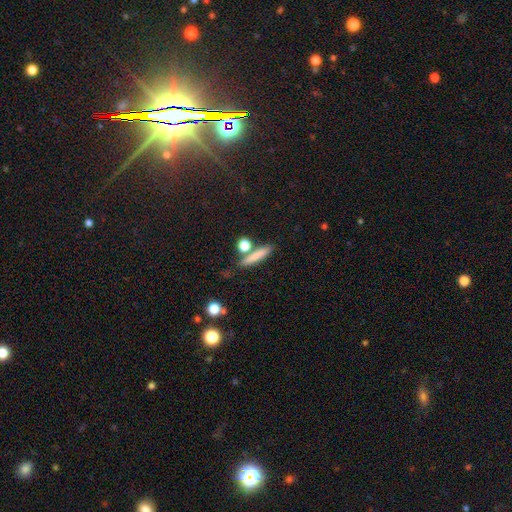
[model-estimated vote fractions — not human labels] Smooth or featured? smooth (78%)
How rounded? cigar-shaped (78%)
Merging? none (74%)